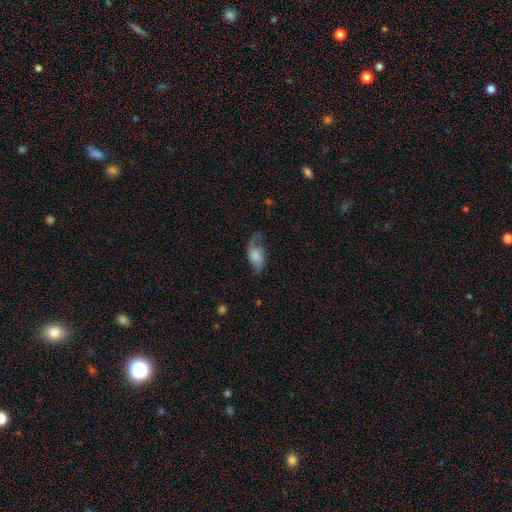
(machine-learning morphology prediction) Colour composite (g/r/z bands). It shows a featured or disk galaxy (50%). Merging: none (49%).